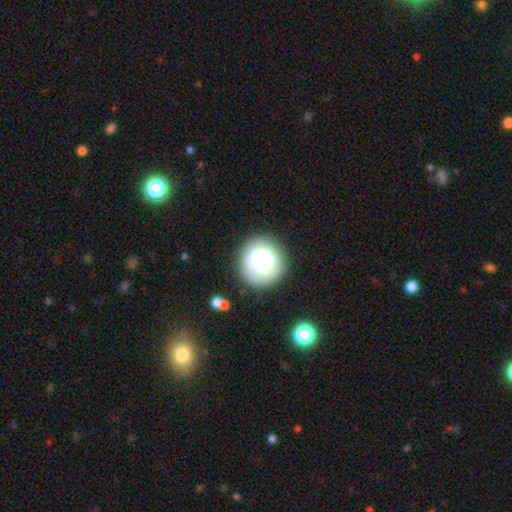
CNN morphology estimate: A smooth galaxy with no disk features (64%) that is round (93%).

Vote fractions:
- Smooth or featured? smooth: 64% / featured or disk: 27% / star or artifact: 8%
- How rounded? round: 93% / in between: 6% / cigar-shaped: 1%
- Merging? none: 78% / minor disturbance: 12% / major disturbance: 5% / merger: 4%